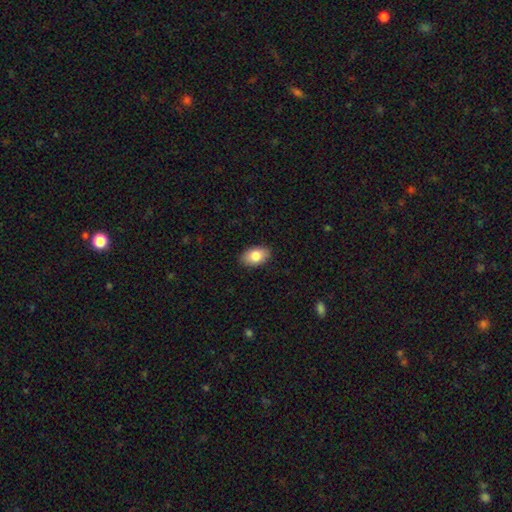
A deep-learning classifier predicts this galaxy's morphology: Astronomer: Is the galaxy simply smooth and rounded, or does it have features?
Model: smooth — 84%.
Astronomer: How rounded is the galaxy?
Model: in between — 92%.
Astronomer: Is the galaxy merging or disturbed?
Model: none — 88%.